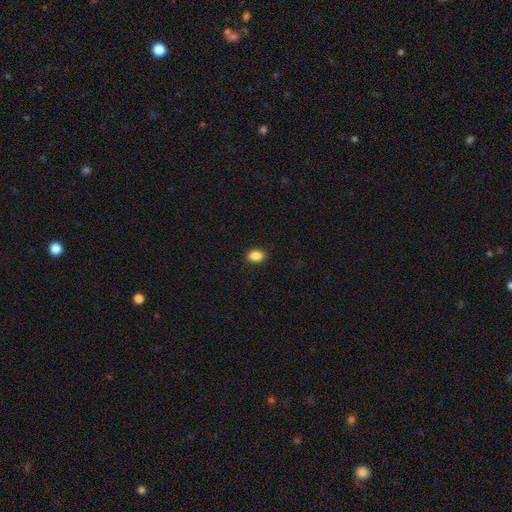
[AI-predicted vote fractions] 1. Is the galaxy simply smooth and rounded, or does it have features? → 88% smooth, 9% star or artifact, 3% featured or disk.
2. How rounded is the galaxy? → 65% in between, 33% round, 1% cigar-shaped.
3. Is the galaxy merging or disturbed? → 90% none, 7% minor disturbance, 2% major disturbance, 1% merger.